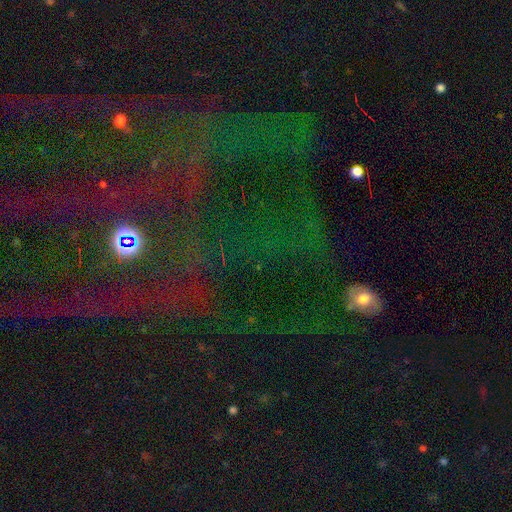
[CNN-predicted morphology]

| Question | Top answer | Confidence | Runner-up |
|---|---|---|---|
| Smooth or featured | star or artifact | 71% | smooth (15%) |